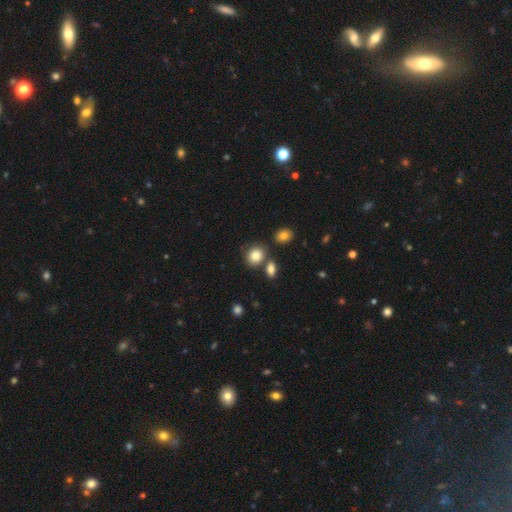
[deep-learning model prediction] A smooth galaxy with no disk features (84%) that is round (65%). Merging: none (68%).